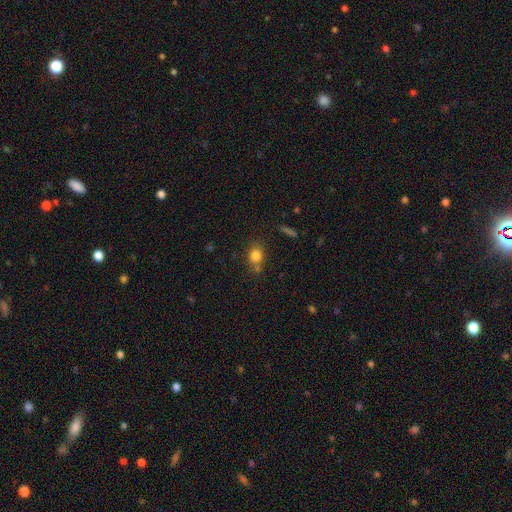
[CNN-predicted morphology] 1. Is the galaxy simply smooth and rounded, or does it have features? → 80% smooth, 12% star or artifact, 8% featured or disk.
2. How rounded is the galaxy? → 59% round, 39% in between, 2% cigar-shaped.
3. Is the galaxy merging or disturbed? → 65% none, 16% minor disturbance, 14% merger, 5% major disturbance.